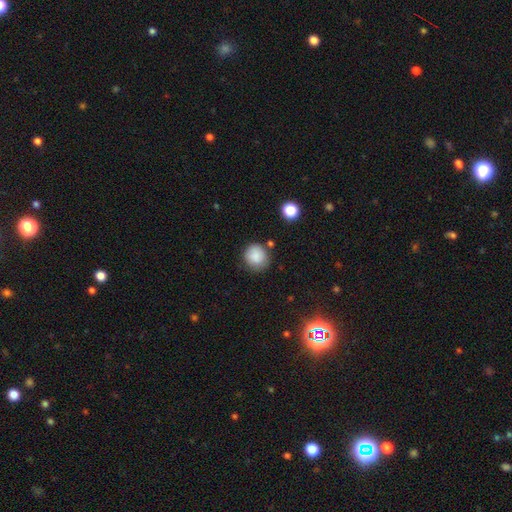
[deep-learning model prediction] Smooth or featured?
  - smooth: 85% *
  - star or artifact: 9%
  - featured or disk: 5%
How rounded?
  - round: 88% *
  - in between: 11%
  - cigar-shaped: 1%
Merging?
  - none: 77% *
  - minor disturbance: 15%
  - major disturbance: 4%
  - merger: 4%